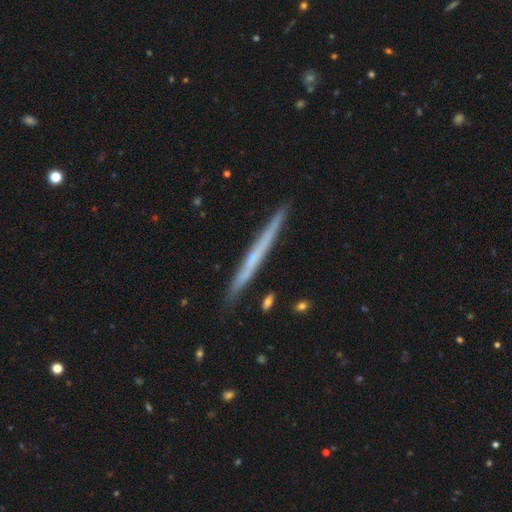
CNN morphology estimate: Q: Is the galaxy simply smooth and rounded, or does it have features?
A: featured or disk — 58%.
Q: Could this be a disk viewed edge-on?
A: yes — 97%.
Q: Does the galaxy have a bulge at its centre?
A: none — 80%.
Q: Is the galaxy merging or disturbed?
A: none — 90%.